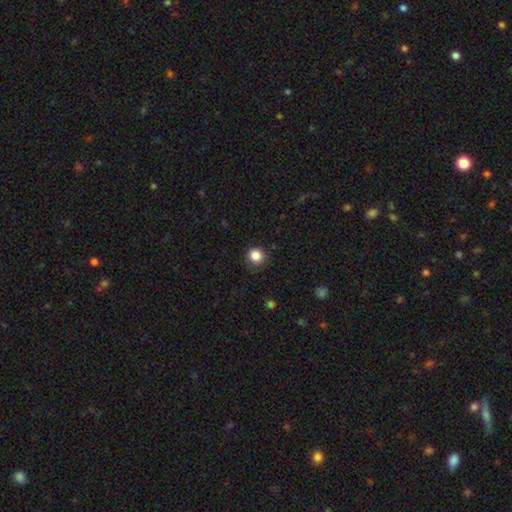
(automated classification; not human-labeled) A smooth galaxy with no disk features (85%) that is round (94%). Merging: none (87%).